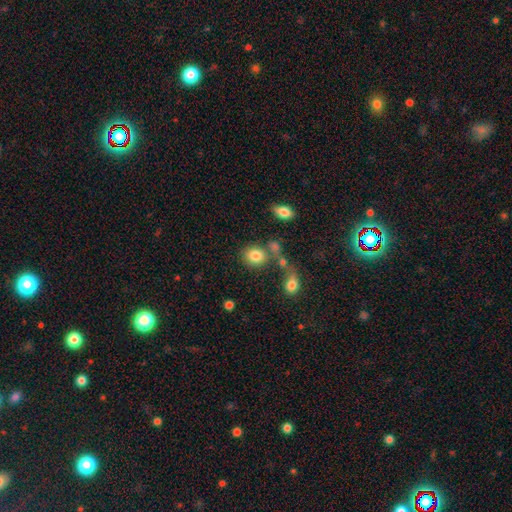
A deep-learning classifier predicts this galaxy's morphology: Overall: smooth (82%). How rounded: round (66%; in between 33%). Merging: none (63%).